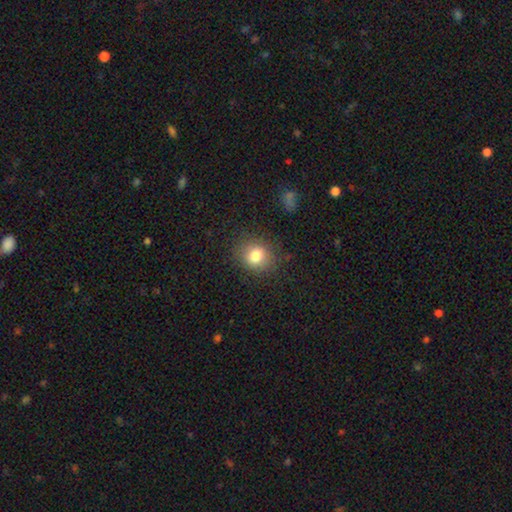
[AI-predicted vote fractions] Smooth or featured?
  - smooth: 81% *
  - star or artifact: 11%
  - featured or disk: 8%
How rounded?
  - round: 69% *
  - in between: 30%
  - cigar-shaped: 1%
Merging?
  - none: 83% *
  - minor disturbance: 11%
  - major disturbance: 4%
  - merger: 1%